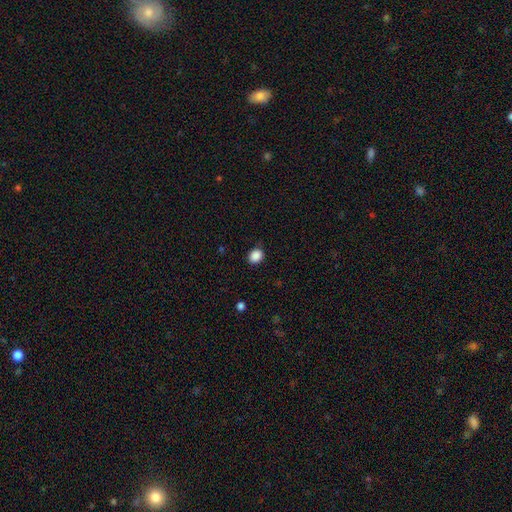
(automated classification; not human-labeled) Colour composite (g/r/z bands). It shows a smooth galaxy with no disk features (88%) that is round (60%). Merging: none (86%).